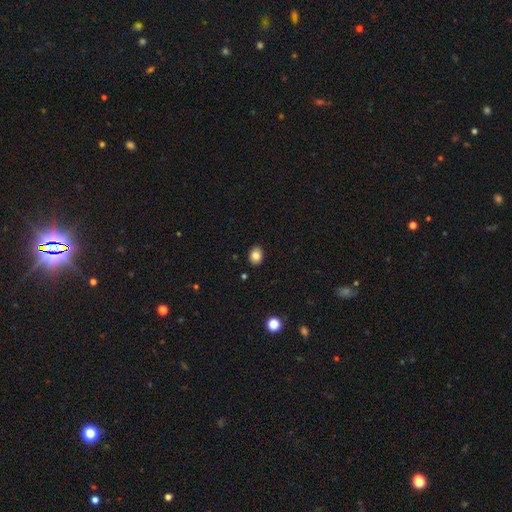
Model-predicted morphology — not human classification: This is clearly a smooth galaxy (84%). How rounded: possibly in between (58%). Merging: clearly none (89%).